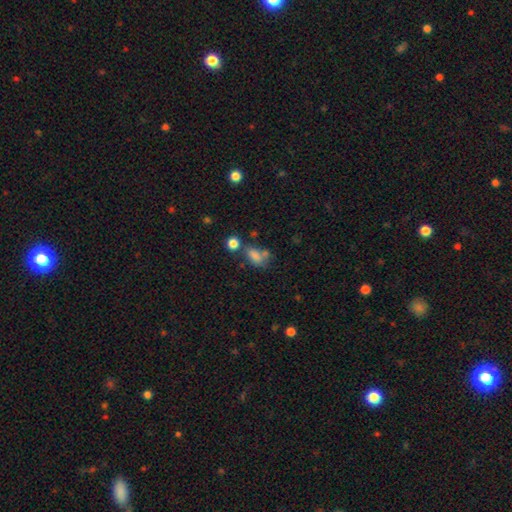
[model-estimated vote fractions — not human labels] Smooth or featured? smooth (75%)
How rounded? in between (81%)
Merging? none (37%)